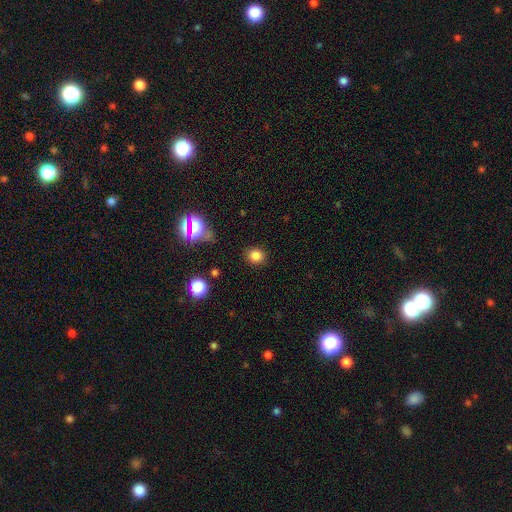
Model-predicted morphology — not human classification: Smooth or featured? Predicted: smooth (p=0.81). How rounded? Predicted: round (p=0.74). Merging? Predicted: none (p=0.88).